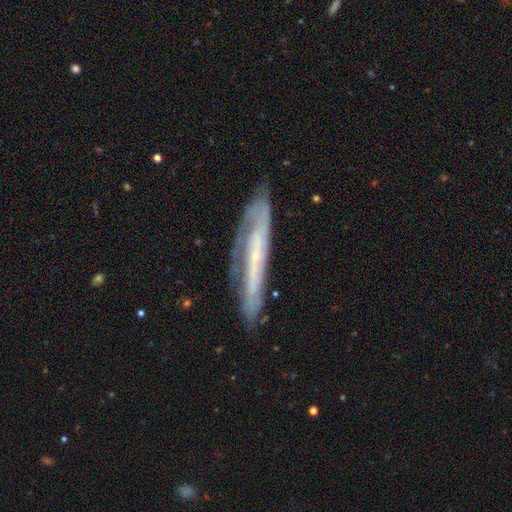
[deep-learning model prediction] Overall: featured or disk (72%). Edge-on disk: yes (52%; no 48%). Merging: none (71%).